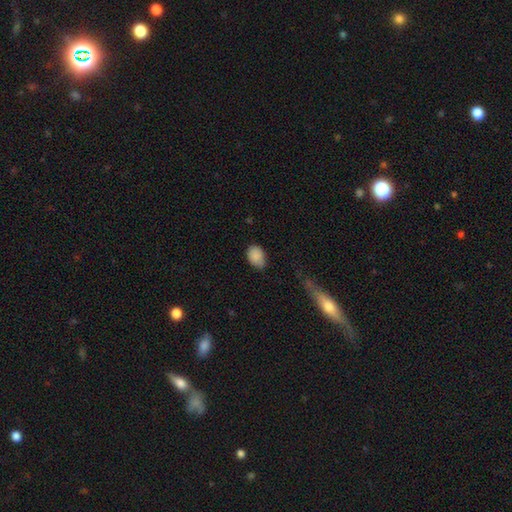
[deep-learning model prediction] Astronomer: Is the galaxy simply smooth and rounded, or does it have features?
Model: smooth — 88%.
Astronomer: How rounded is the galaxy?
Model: in between — 77%.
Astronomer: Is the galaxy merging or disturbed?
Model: none — 67%.